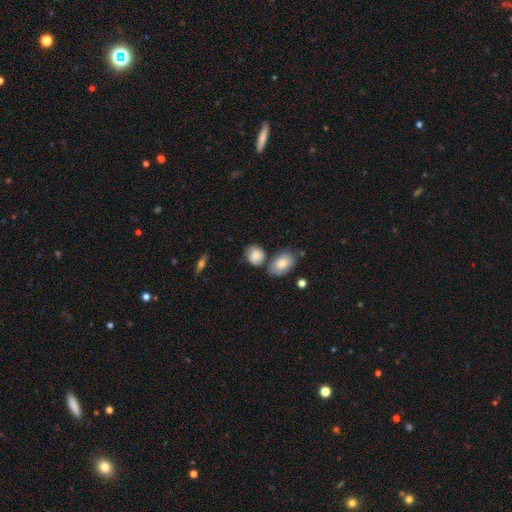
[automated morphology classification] smooth-or-featured: smooth: 79% | featured or disk: 13% | star or artifact: 8%
  how-rounded: round: 55% | in between: 43% | cigar-shaped: 2%
  merging: none: 56% | minor disturbance: 19% | merger: 19% | major disturbance: 6%